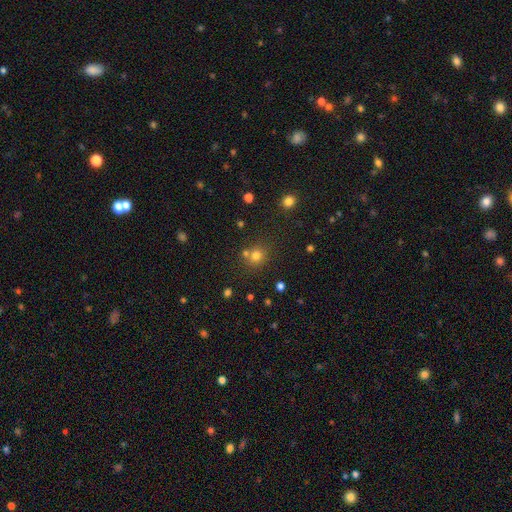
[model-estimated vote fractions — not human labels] smooth 74%, star or artifact 18%, featured or disk 8%. Down the decision tree: how rounded — round (86%); merging — none (68%).